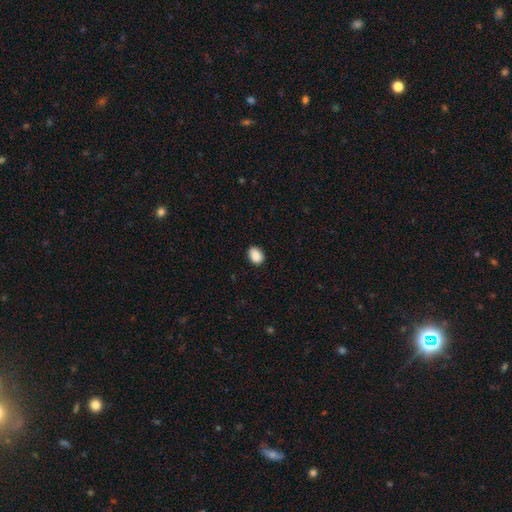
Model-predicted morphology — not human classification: smooth 89%, star or artifact 8%, featured or disk 4%. Down the decision tree: how rounded — in between (70%); merging — none (87%).